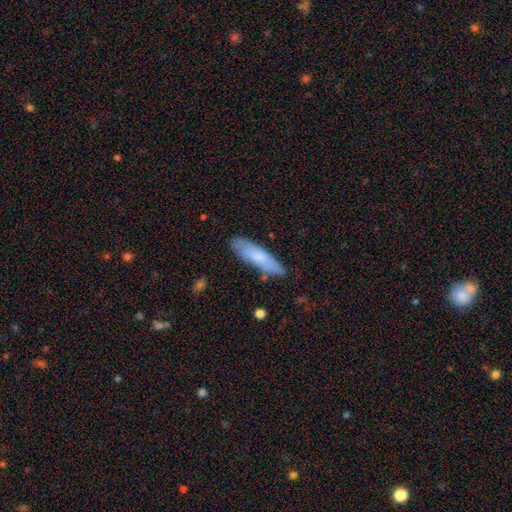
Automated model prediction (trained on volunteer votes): A smooth galaxy with no disk features (67%) that is cigar-shaped (67%). Merging: none (76%).